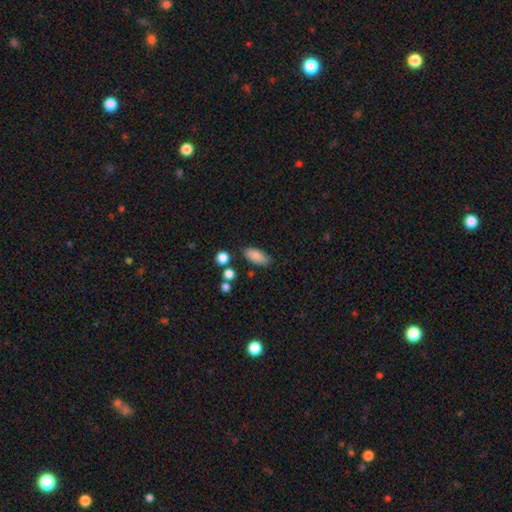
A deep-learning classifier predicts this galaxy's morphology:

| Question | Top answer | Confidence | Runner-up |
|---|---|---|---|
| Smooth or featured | smooth | 84% | star or artifact (8%) |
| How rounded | in between | 88% | cigar-shaped (8%) |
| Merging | none | 77% | minor disturbance (16%) |